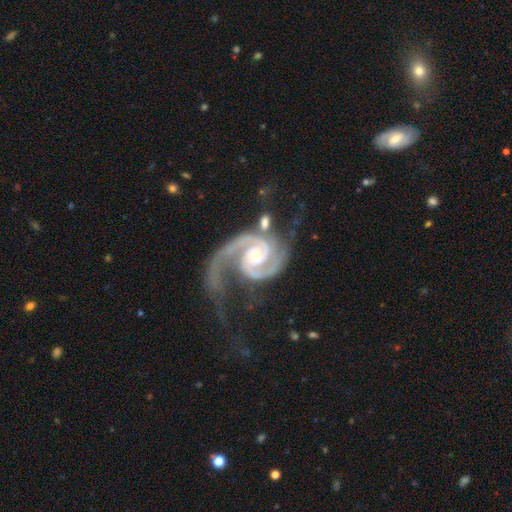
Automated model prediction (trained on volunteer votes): smooth_or_featured: featured or disk (p=0.94) [alt: star or artifact p=0.04]
disk_edge_on: no (p=0.98) [alt: yes p=0.02]
bar: no (p=0.61) [alt: weak p=0.28]
has_spiral_arms: yes (p=0.99) [alt: no p=0.01]
spiral_winding: medium (p=0.47) [alt: tight p=0.41]
spiral_arm_count: 2 (p=0.85) [alt: 3 p=0.05]
bulge_size: small (p=0.58) [alt: moderate p=0.37]
merging: none (p=0.39) [alt: major disturbance p=0.34]